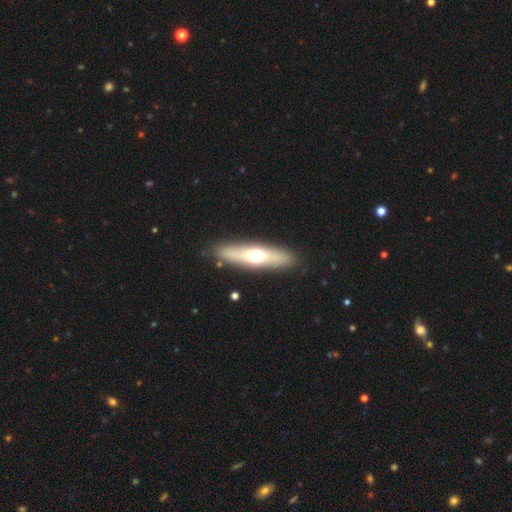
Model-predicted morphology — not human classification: A smooth galaxy with no disk features (49%). Merging: none (88%).